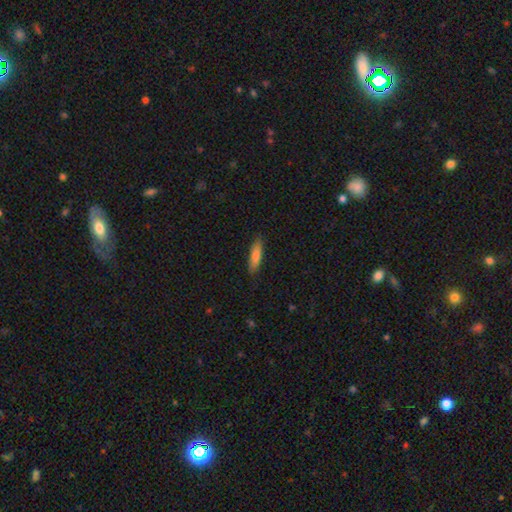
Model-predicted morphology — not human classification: smooth_or_featured: smooth (p=0.78) [alt: featured or disk p=0.16]
how_rounded: cigar-shaped (p=0.69) [alt: in between p=0.30]
merging: none (p=0.85) [alt: minor disturbance p=0.12]